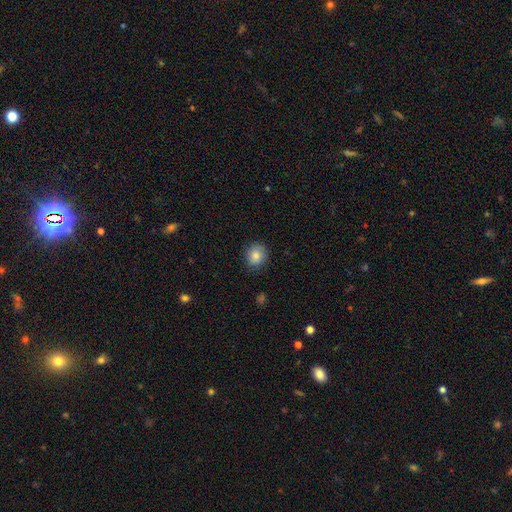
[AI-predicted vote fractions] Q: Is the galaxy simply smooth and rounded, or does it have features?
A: smooth — 83%.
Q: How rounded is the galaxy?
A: round — 81%.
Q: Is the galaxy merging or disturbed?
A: none — 84%.